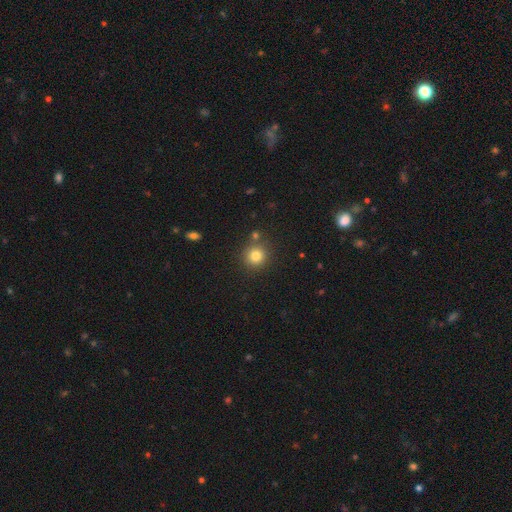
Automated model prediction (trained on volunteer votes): A smooth galaxy with no disk features (81%) that is round (92%). Merging: none (83%).